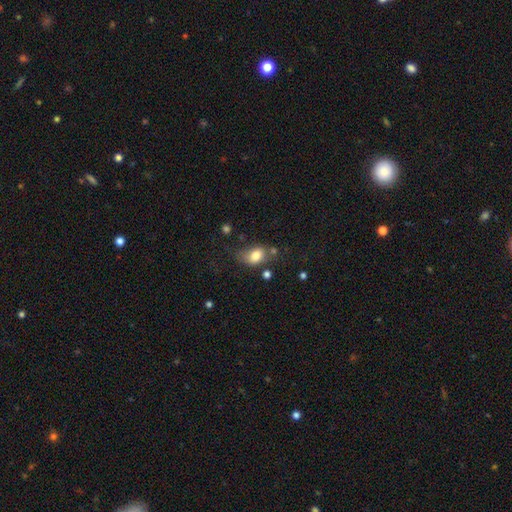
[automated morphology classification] This is likely a smooth galaxy (78%). How rounded: likely in between (77%). Merging: possibly none (49%).